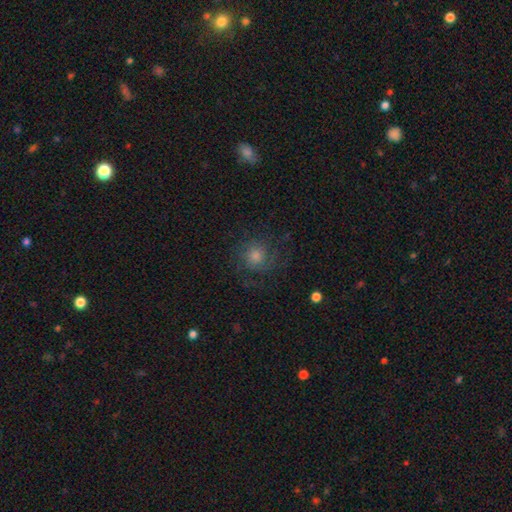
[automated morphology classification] Smooth or featured?
  - smooth: 44% *
  - featured or disk: 39%
  - star or artifact: 18%
Merging?
  - none: 73% *
  - minor disturbance: 14%
  - major disturbance: 11%
  - merger: 1%